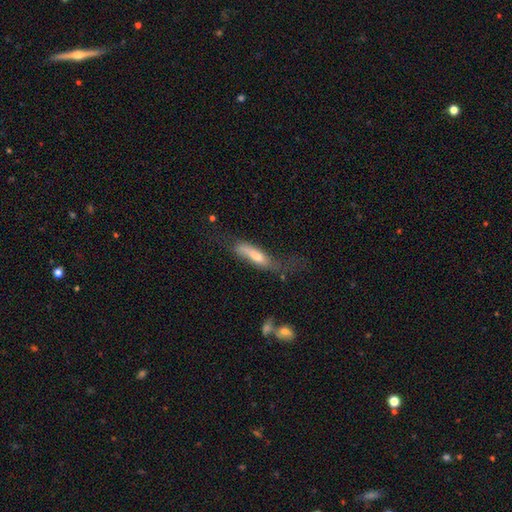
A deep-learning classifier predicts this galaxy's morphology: Smooth or featured? Predicted: smooth (p=0.53). How rounded? Predicted: cigar-shaped (p=0.71). Merging? Predicted: major disturbance (p=0.34).